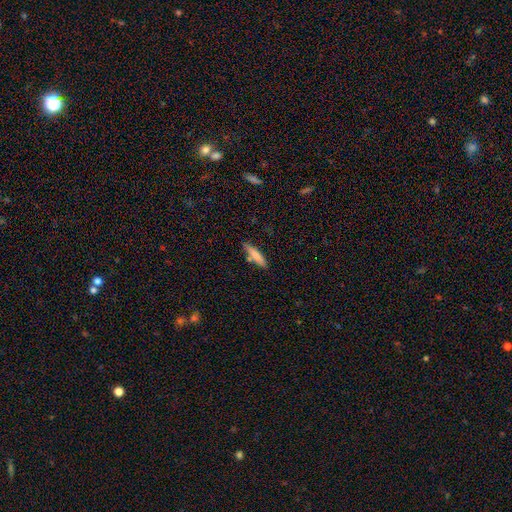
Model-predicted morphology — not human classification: type=smooth (75%); roundness=cigar-shaped (81%); merging=none (76%).